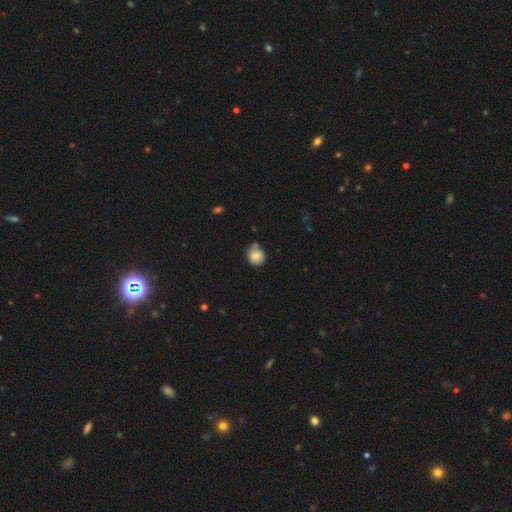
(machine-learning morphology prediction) Overall: smooth (78%). How rounded: round (78%). Merging: none (58%; minor disturbance 25%).